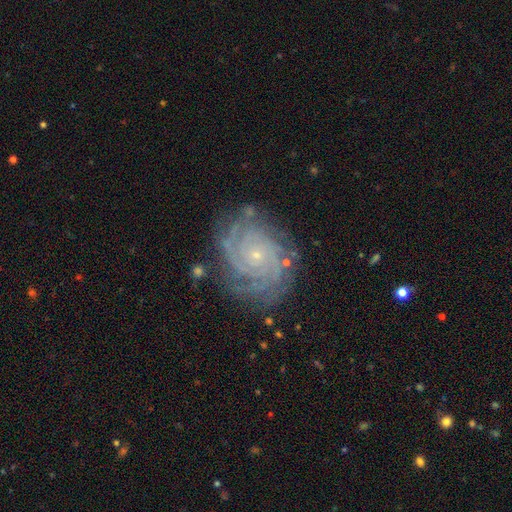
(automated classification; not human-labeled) Q: Smooth or featured?
A: featured or disk (89%); runner-up: star or artifact (7%)
Q: Edge-on disk?
A: no (98%); runner-up: yes (2%)
Q: Bar?
A: no (81%); runner-up: weak (14%)
Q: Spiral arms?
A: yes (98%); runner-up: no (2%)
Q: Spiral winding?
A: tight (82%); runner-up: medium (16%)
Q: Spiral arm count?
A: 4 (24%); runner-up: 3 (19%)
Q: Bulge size?
A: small (87%); runner-up: moderate (9%)
Q: Merging?
A: none (79%); runner-up: minor disturbance (15%)